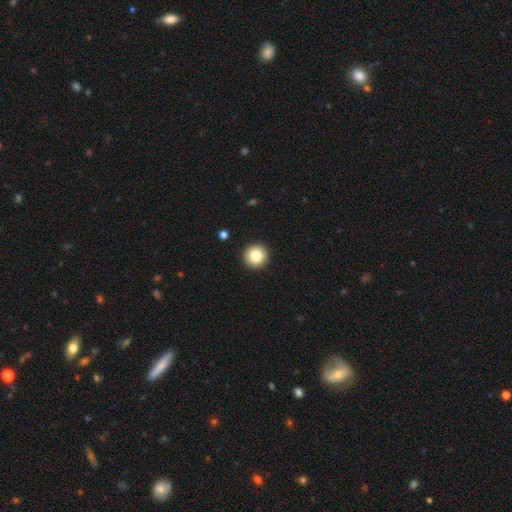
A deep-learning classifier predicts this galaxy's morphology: smooth-or-featured: smooth: 82% | star or artifact: 9% | featured or disk: 8%
  how-rounded: round: 95% | in between: 4% | cigar-shaped: 1%
  merging: none: 93% | minor disturbance: 4% | major disturbance: 1% | merger: 1%